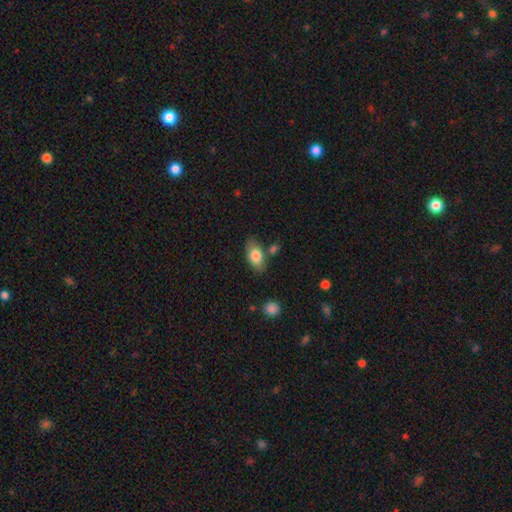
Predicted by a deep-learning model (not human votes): Smooth or featured: smooth — 79% (featured or disk — 14%)
How rounded: in between — 90% (round — 7%)
Merging: none — 77% (minor disturbance — 14%)